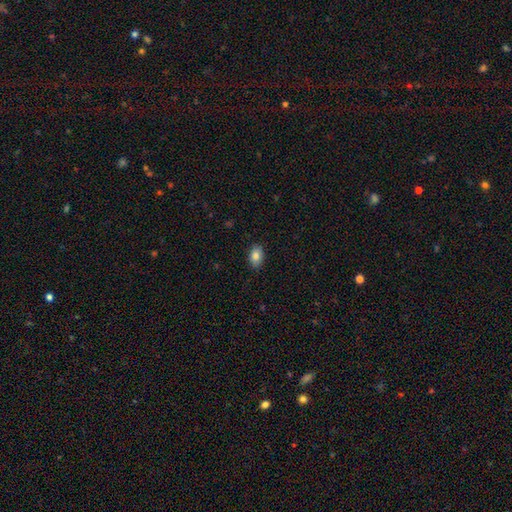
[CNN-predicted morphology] smooth-or-featured: smooth: 84% | featured or disk: 8% | star or artifact: 8%
  how-rounded: in between: 87% | round: 12% | cigar-shaped: 1%
  merging: none: 87% | minor disturbance: 10% | major disturbance: 2% | merger: 1%